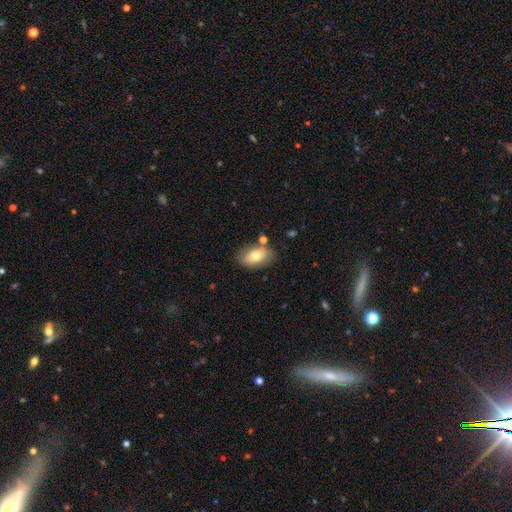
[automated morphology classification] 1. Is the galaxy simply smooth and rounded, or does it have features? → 73% smooth, 20% featured or disk, 8% star or artifact.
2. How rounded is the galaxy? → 90% in between, 8% round, 2% cigar-shaped.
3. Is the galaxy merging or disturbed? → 74% none, 15% minor disturbance, 7% merger, 4% major disturbance.